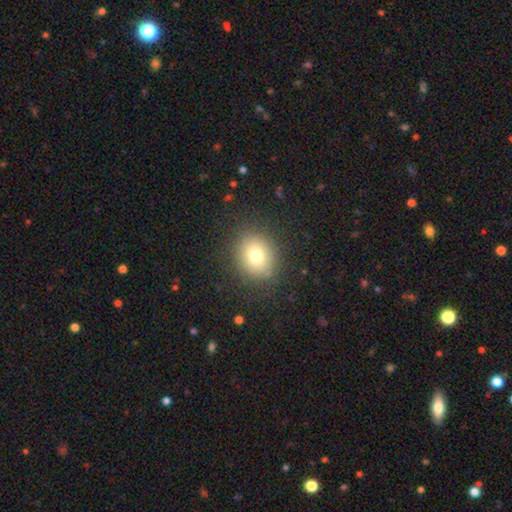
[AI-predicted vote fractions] A smooth galaxy with no disk features (75%) that is round (70%).

Vote fractions:
- Smooth or featured? smooth: 75% / star or artifact: 13% / featured or disk: 12%
- How rounded? round: 70% / in between: 29% / cigar-shaped: 1%
- Merging? none: 85% / minor disturbance: 10% / major disturbance: 4% / merger: 1%